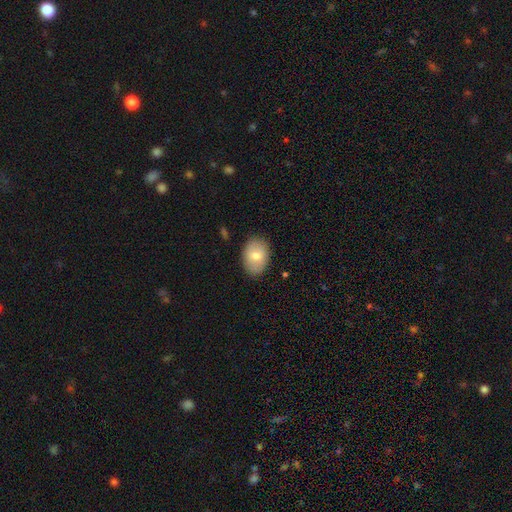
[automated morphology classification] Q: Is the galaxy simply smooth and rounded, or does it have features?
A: smooth — 75%.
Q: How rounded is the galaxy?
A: in between — 80%.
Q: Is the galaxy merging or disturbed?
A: none — 86%.